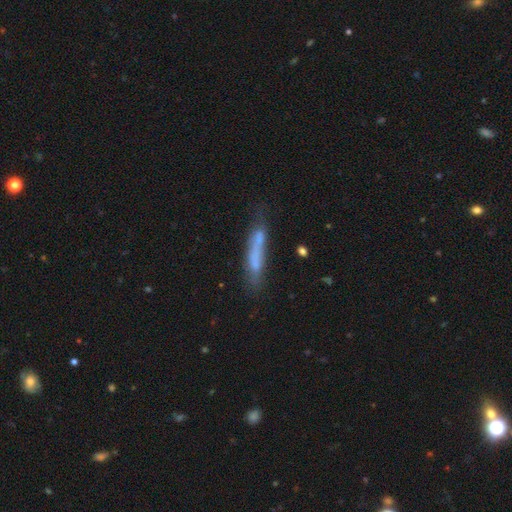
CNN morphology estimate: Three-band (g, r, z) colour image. It shows a smooth galaxy with no disk features (58%) that is cigar-shaped (88%). Merging: none (51%).